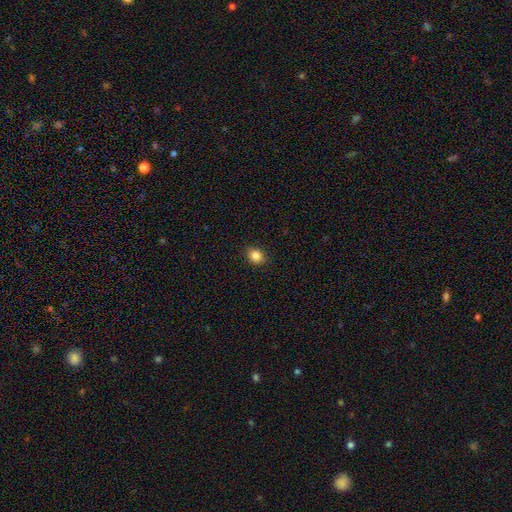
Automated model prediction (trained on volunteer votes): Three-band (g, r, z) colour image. It shows a smooth galaxy with no disk features (85%) that is round (59%). Merging: none (88%).